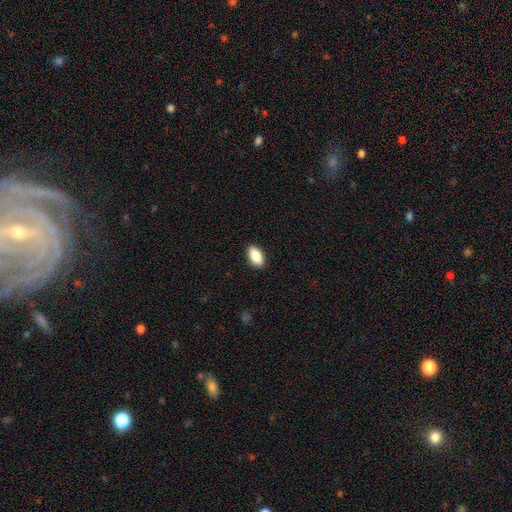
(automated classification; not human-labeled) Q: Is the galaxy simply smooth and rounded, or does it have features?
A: smooth — 86%.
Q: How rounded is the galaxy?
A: in between — 91%.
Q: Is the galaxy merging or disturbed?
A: none — 90%.